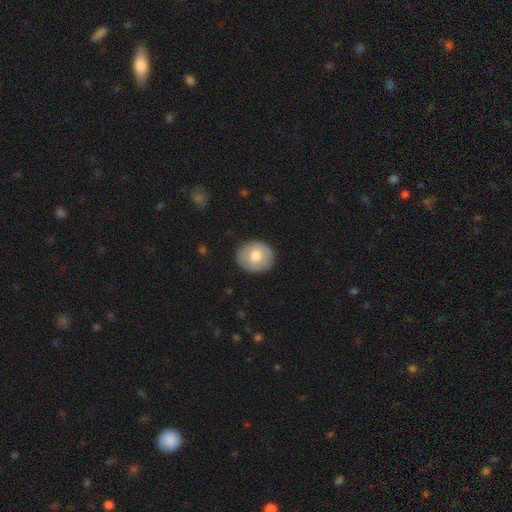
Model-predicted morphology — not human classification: Smooth or featured: smooth — 68% (featured or disk — 25%)
How rounded: round — 79% (in between — 21%)
Merging: none — 86% (minor disturbance — 11%)